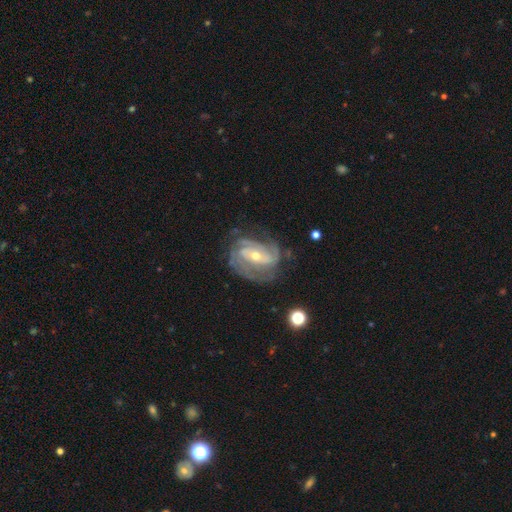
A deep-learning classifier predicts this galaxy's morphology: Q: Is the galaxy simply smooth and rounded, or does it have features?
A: featured or disk — 90%.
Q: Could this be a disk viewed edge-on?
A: no — 97%.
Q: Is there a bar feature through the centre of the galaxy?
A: weak — 40%.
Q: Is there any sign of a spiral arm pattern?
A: yes — 96%.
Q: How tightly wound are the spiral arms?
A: tight — 50%.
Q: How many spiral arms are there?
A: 2 — 35%.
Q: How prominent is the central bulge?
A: small — 52%.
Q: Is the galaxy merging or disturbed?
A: none — 65%.